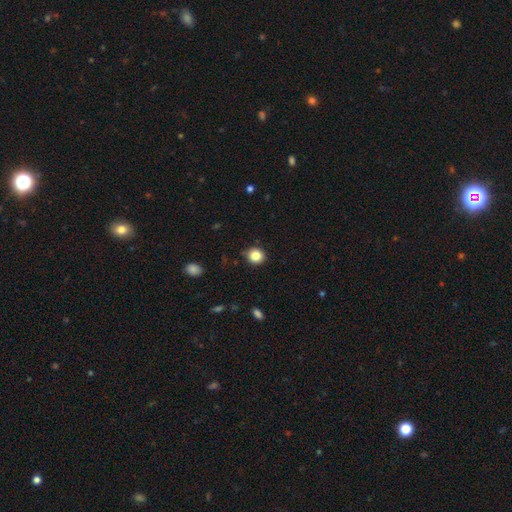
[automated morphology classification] type=smooth (84%); roundness=round (90%); merging=none (89%).